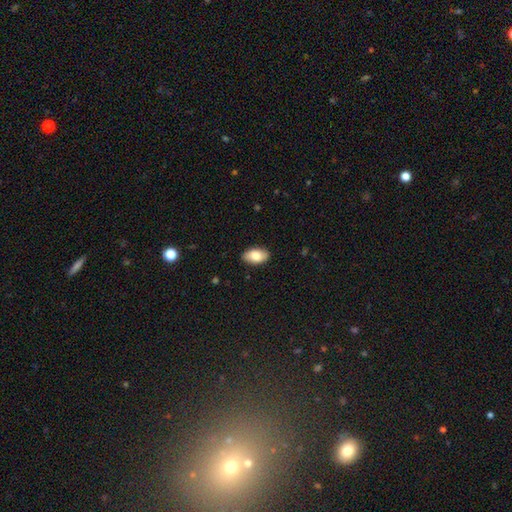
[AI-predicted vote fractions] A smooth galaxy with no disk features (80%) that is in between round and cigar-shaped (94%). Merging: none (88%).